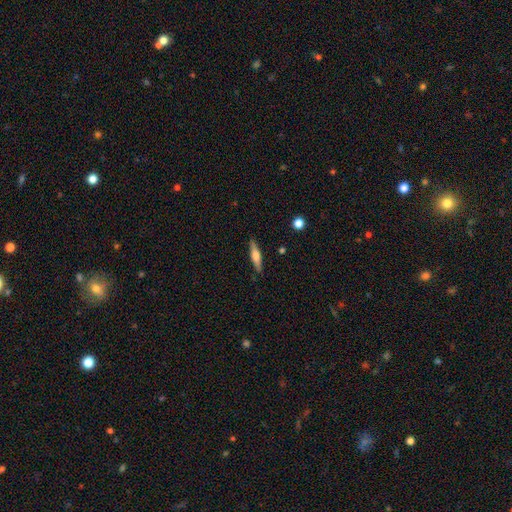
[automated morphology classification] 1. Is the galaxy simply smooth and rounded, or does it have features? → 47% featured or disk (tied), 47% smooth (tied), 6% star or artifact.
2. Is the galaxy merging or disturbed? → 88% none, 8% minor disturbance, 2% major disturbance, 1% merger.